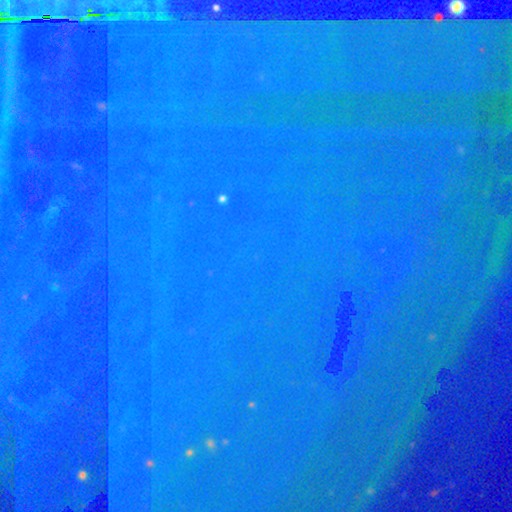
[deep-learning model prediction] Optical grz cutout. It shows a star or artifact, not a galaxy (80%).